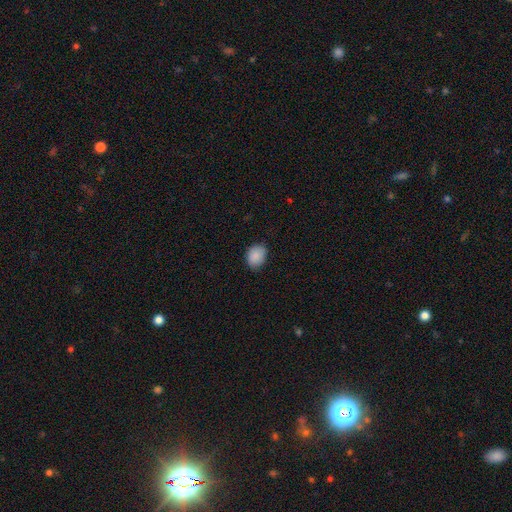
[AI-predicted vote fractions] Morphology: type=smooth (89%); roundness=in between (60%); merging=none (79%).